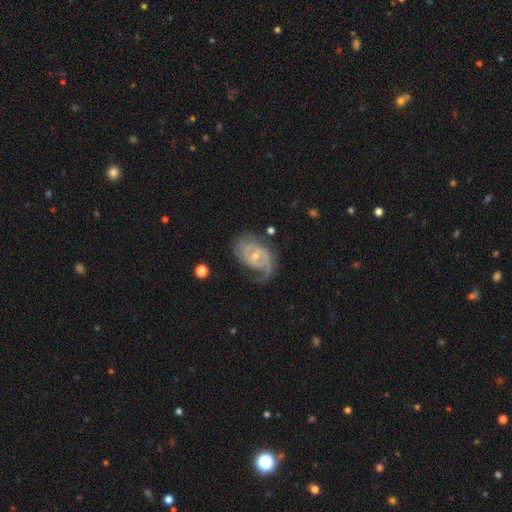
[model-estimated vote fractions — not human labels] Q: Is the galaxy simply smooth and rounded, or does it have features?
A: featured or disk — 88%.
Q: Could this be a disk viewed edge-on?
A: no — 97%.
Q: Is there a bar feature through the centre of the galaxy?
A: weak — 52%.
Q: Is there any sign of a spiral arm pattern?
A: yes — 96%.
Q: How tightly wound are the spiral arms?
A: medium — 44%.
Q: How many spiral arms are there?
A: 2 — 67%.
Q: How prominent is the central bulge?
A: small — 61%.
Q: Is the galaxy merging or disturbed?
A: none — 61%.